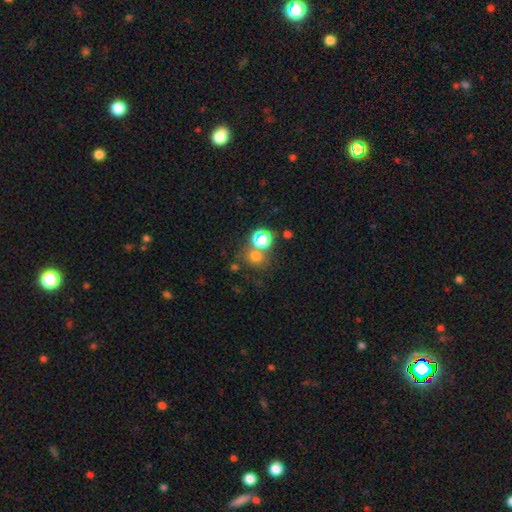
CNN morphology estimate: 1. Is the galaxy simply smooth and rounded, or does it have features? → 65% smooth, 26% star or artifact, 9% featured or disk.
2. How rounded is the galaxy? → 78% round, 21% in between, 1% cigar-shaped.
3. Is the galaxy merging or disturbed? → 59% none, 26% merger, 10% minor disturbance, 5% major disturbance.